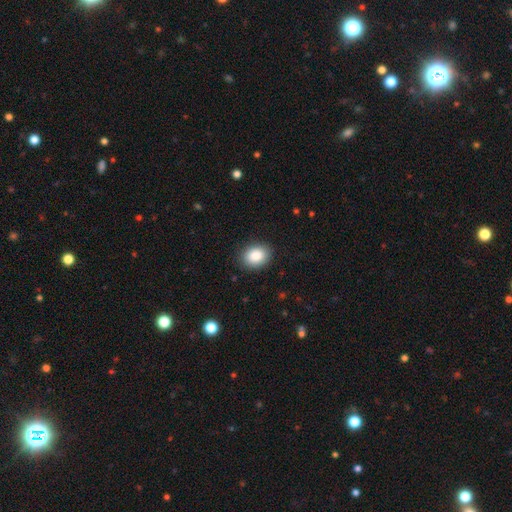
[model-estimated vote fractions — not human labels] Smooth or featured?
  - smooth: 88% *
  - star or artifact: 8%
  - featured or disk: 4%
How rounded?
  - in between: 66% *
  - round: 33%
  - cigar-shaped: 1%
Merging?
  - none: 87% *
  - minor disturbance: 9%
  - major disturbance: 2%
  - merger: 1%